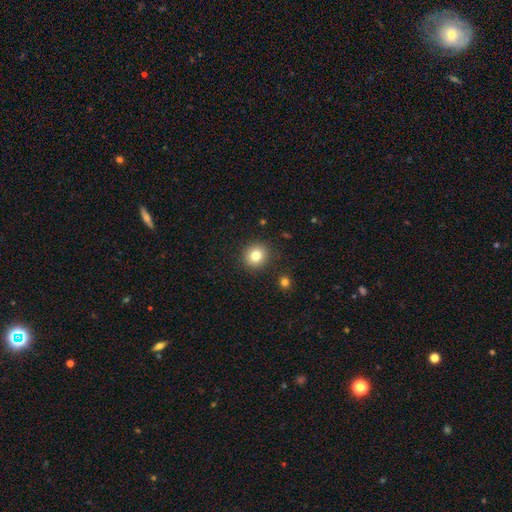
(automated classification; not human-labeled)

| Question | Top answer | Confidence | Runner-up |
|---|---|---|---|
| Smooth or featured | smooth | 81% | star or artifact (11%) |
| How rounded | round | 90% | in between (9%) |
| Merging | none | 90% | minor disturbance (6%) |